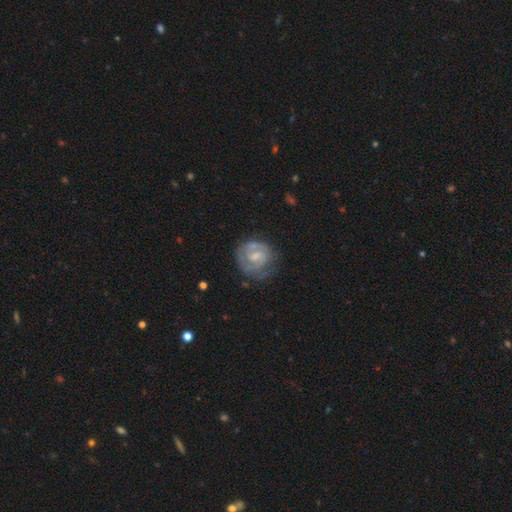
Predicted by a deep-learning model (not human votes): smooth_or_featured: featured or disk (p=0.66) [alt: smooth p=0.27]
disk_edge_on: no (p=0.98) [alt: yes p=0.02]
bar: weak (p=0.51) [alt: no p=0.36]
has_spiral_arms: yes (p=0.76) [alt: no p=0.24]
bulge_size: small (p=0.37) [alt: moderate p=0.35]
merging: none (p=0.60) [alt: minor disturbance p=0.23]